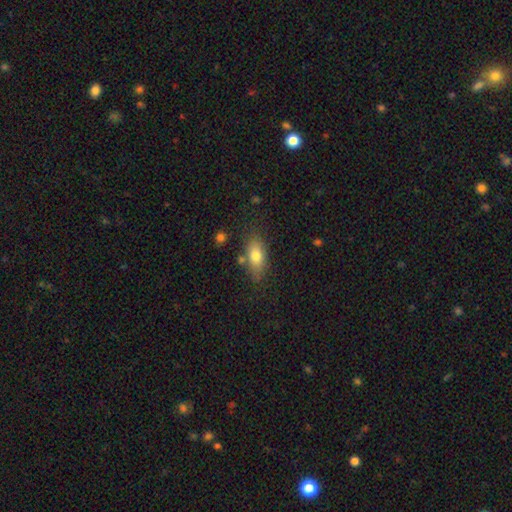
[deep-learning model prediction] Overall: smooth (76%). How rounded: in between (83%). Merging: none (74%).